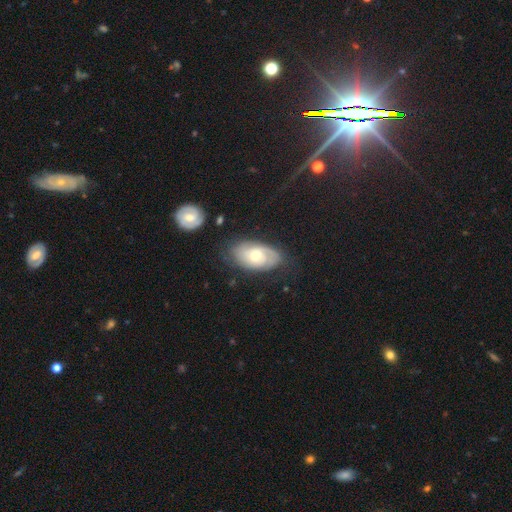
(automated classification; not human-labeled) Smooth or featured? Predicted: featured or disk (p=0.70). Edge-on disk? Predicted: no (p=0.93). Bar? Predicted: no (p=0.76). Spiral arms? Predicted: yes (p=0.85). Spiral winding? Predicted: tight (p=0.64). Spiral arm count? Predicted: 2 (p=0.40). Bulge size? Predicted: moderate (p=0.73). Merging? Predicted: none (p=0.72).